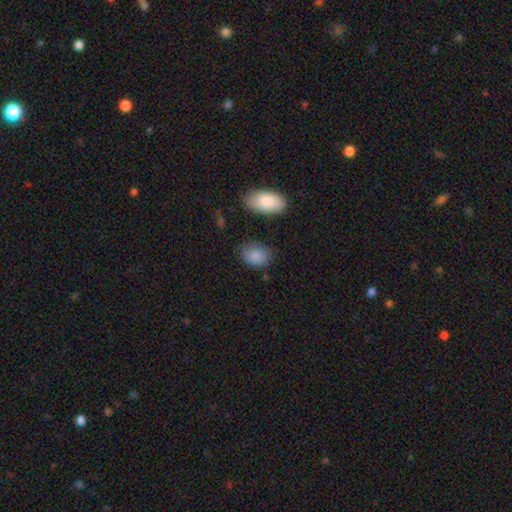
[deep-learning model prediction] smooth_or_featured: smooth (p=0.88) [alt: star or artifact p=0.07]
how_rounded: in between (p=0.77) [alt: round p=0.22]
merging: none (p=0.74) [alt: minor disturbance p=0.18]